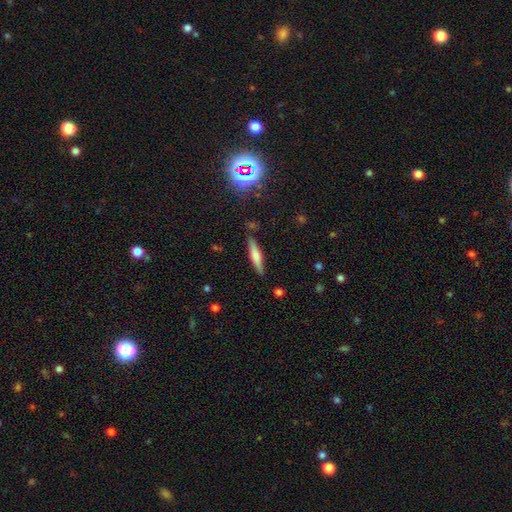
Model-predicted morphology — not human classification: smooth 54%, featured or disk 38%, star or artifact 8%. Down the decision tree: how rounded — cigar-shaped (86%); merging — none (87%).